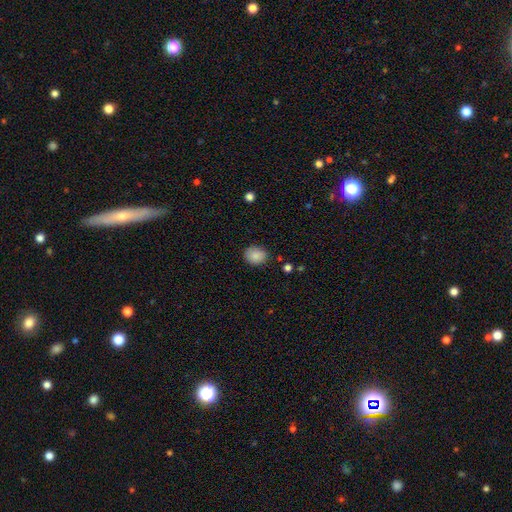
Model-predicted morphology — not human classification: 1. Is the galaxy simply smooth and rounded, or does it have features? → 87% smooth, 8% star or artifact, 4% featured or disk.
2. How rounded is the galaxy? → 51% round, 48% in between, 1% cigar-shaped.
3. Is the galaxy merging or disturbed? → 84% none, 12% minor disturbance, 3% major disturbance, 2% merger.